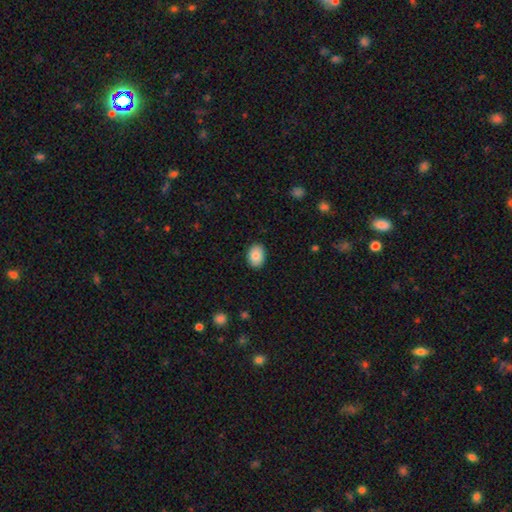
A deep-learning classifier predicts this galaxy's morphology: Smooth or featured? smooth (86%)
How rounded? in between (79%)
Merging? none (88%)